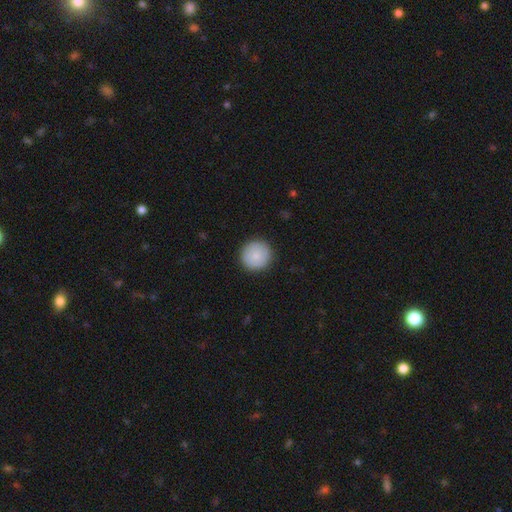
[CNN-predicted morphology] Smooth or featured? Predicted: smooth (p=0.82). How rounded? Predicted: round (p=0.95). Merging? Predicted: none (p=0.91).